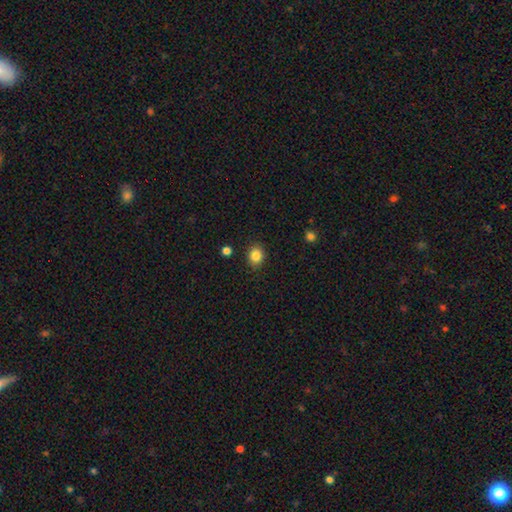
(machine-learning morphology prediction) Q: Smooth or featured?
A: smooth (85%); runner-up: star or artifact (11%)
Q: How rounded?
A: round (70%); runner-up: in between (29%)
Q: Merging?
A: none (88%); runner-up: minor disturbance (8%)